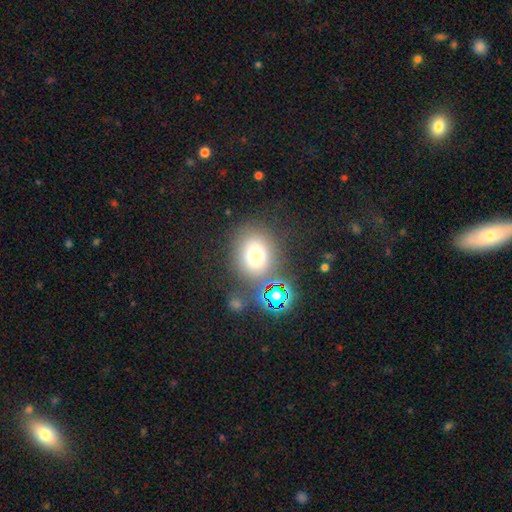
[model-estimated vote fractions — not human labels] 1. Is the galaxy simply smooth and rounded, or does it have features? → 71% smooth, 18% star or artifact, 12% featured or disk.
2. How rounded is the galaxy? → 60% round, 39% in between, 1% cigar-shaped.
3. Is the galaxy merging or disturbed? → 73% none, 12% minor disturbance, 9% merger, 6% major disturbance.